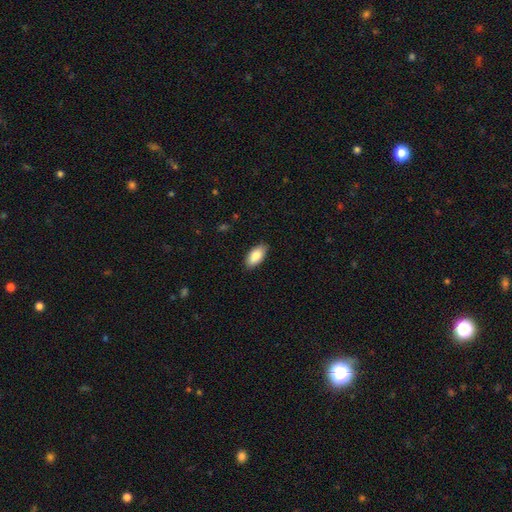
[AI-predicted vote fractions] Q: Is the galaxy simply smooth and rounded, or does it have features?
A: smooth — 84%.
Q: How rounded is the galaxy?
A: in between — 92%.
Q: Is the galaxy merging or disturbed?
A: none — 88%.